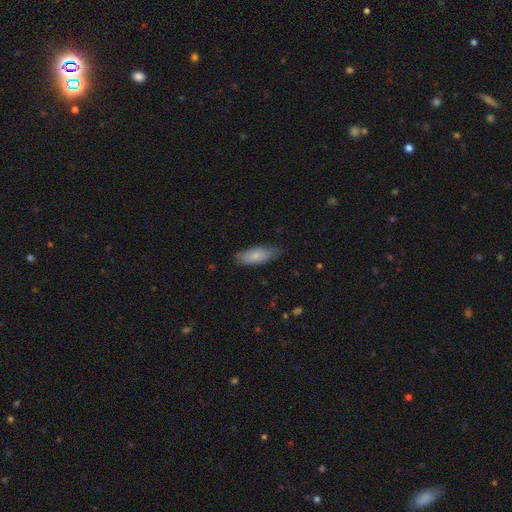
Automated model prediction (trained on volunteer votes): Smooth or featured? Predicted: smooth (p=0.81). How rounded? Predicted: in between (p=0.77). Merging? Predicted: none (p=0.71).